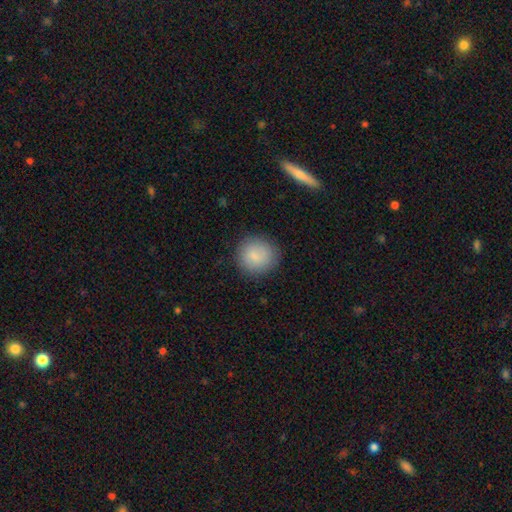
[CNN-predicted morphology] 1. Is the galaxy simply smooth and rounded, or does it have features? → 85% smooth, 8% featured or disk, 7% star or artifact.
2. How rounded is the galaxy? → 89% round, 10% in between, 1% cigar-shaped.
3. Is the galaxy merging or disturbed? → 85% none, 10% minor disturbance, 3% major disturbance, 1% merger.